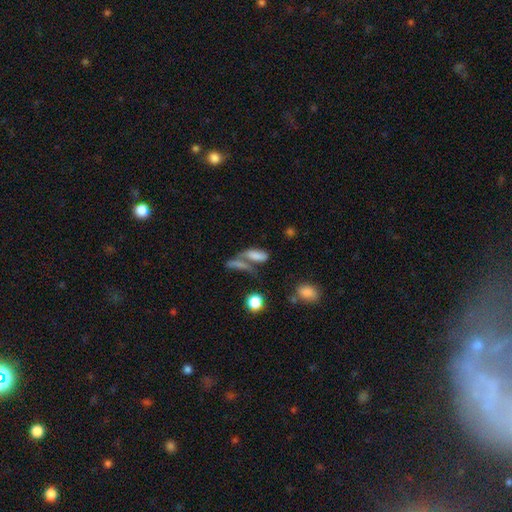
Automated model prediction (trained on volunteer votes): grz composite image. It shows a smooth galaxy with no disk features (70%) that is in between round and cigar-shaped (59%). Merging: merger (51%).